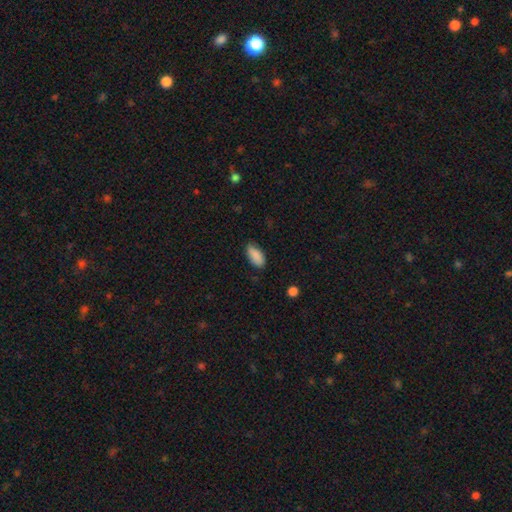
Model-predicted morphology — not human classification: Smooth or featured?
  - smooth: 89% *
  - star or artifact: 7%
  - featured or disk: 4%
How rounded?
  - in between: 91% *
  - cigar-shaped: 7%
  - round: 2%
Merging?
  - none: 80% *
  - minor disturbance: 16%
  - major disturbance: 3%
  - merger: 1%